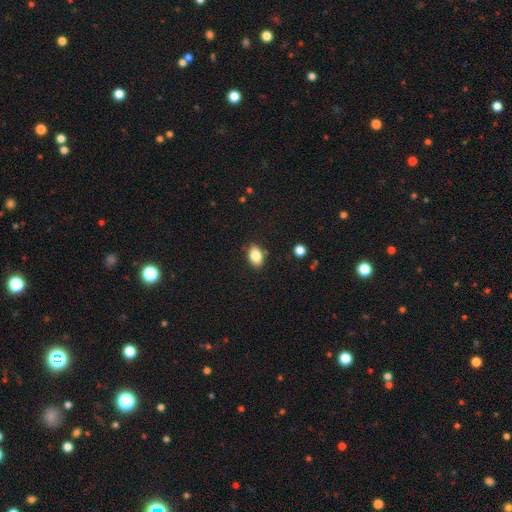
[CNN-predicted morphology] Smooth or featured?
  - smooth: 84% *
  - star or artifact: 9%
  - featured or disk: 7%
How rounded?
  - in between: 87% *
  - round: 11%
  - cigar-shaped: 2%
Merging?
  - none: 85% *
  - minor disturbance: 11%
  - major disturbance: 2%
  - merger: 2%